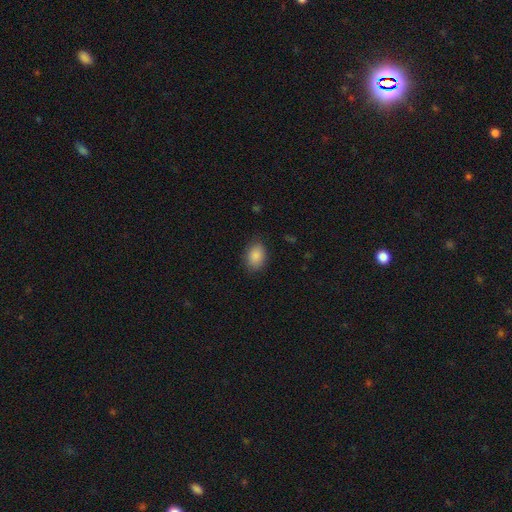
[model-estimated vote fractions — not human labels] Smooth or featured?
  - smooth: 88% *
  - star or artifact: 8%
  - featured or disk: 4%
How rounded?
  - in between: 76% *
  - round: 23%
  - cigar-shaped: 1%
Merging?
  - none: 81% *
  - minor disturbance: 14%
  - major disturbance: 3%
  - merger: 1%